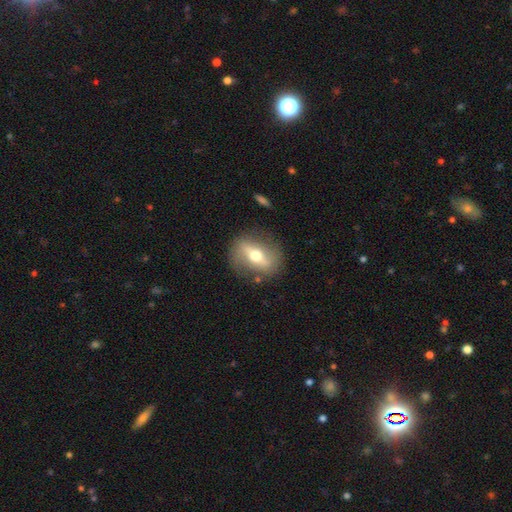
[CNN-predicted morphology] This is likely a featured or disk galaxy (60%). It is likely not viewed edge-on (65%). Merging: clearly none (81%).